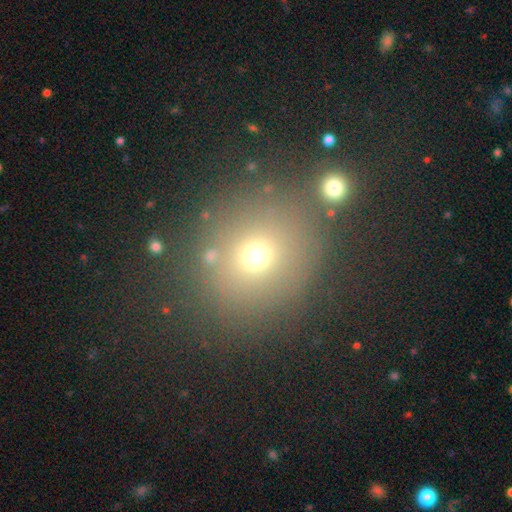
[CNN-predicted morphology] Smooth or featured? Predicted: smooth (p=0.66). How rounded? Predicted: round (p=0.83). Merging? Predicted: none (p=0.80).